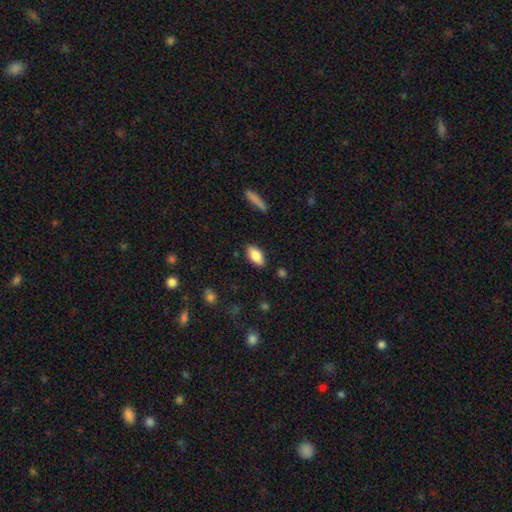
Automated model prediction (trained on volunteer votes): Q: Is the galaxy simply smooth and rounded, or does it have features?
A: smooth — 82%.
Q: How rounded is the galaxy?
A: in between — 89%.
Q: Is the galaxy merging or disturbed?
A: none — 86%.